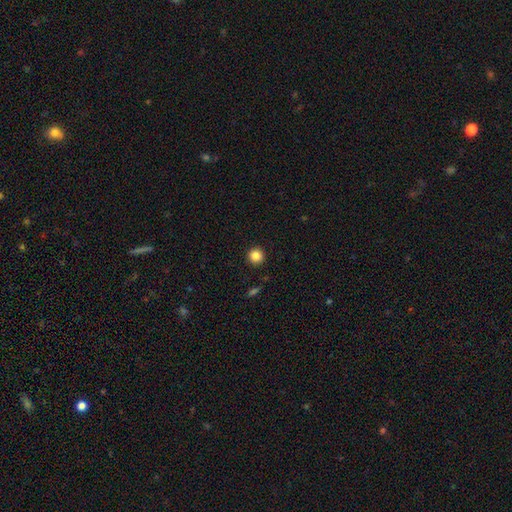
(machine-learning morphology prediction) Smooth or featured?
  - smooth: 85% *
  - star or artifact: 10%
  - featured or disk: 5%
How rounded?
  - round: 95% *
  - in between: 4%
  - cigar-shaped: 1%
Merging?
  - none: 92% *
  - minor disturbance: 5%
  - major disturbance: 2%
  - merger: 1%